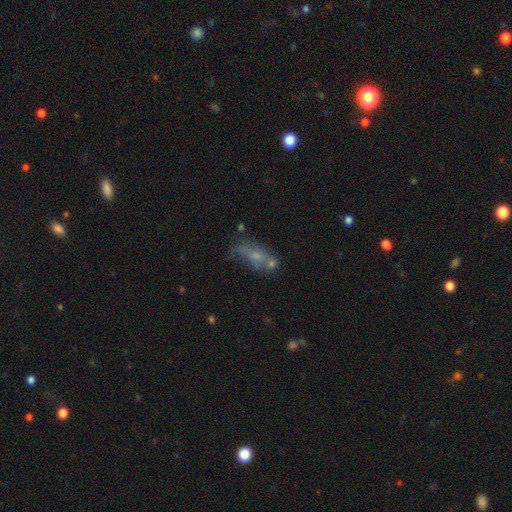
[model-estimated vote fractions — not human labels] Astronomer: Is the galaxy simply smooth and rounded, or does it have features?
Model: smooth — 47% (runner-up: featured or disk, 39%).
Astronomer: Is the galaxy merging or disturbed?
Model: none — 34% (runner-up: merger, 24%).